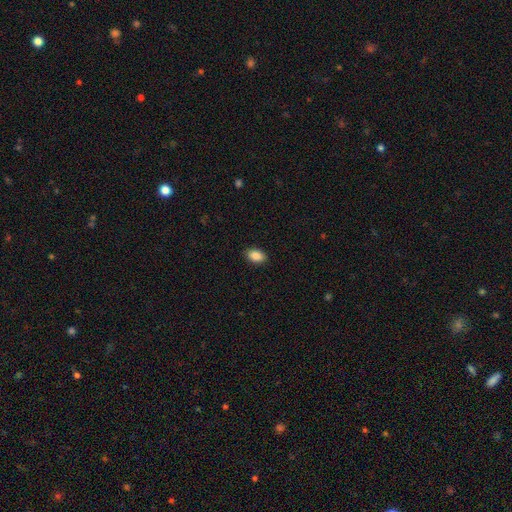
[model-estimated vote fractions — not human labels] smooth-or-featured: smooth: 88% | star or artifact: 8% | featured or disk: 4%
  how-rounded: in between: 89% | round: 10% | cigar-shaped: 1%
  merging: none: 89% | minor disturbance: 8% | major disturbance: 2% | merger: 1%